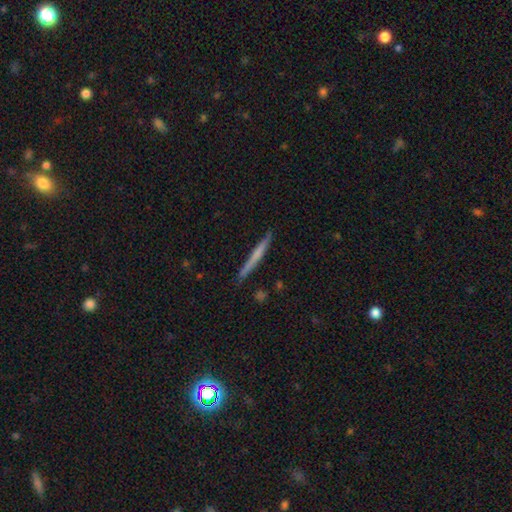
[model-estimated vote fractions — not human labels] This is possibly a smooth galaxy (50%). How rounded: clearly cigar-shaped (96%). Merging: clearly none (88%).